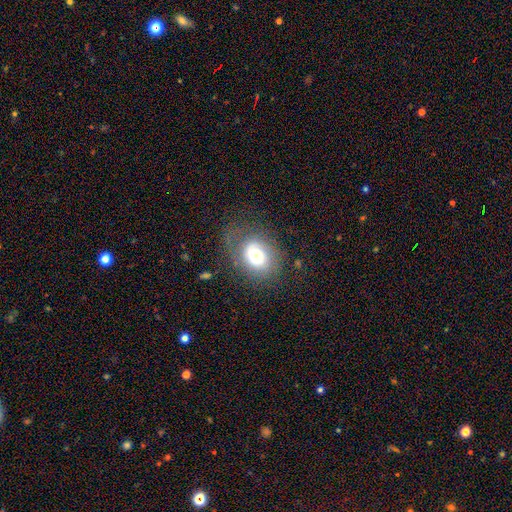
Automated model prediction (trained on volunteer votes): smooth-or-featured: smooth: 57% | featured or disk: 33% | star or artifact: 10%
  how-rounded: in between: 63% | round: 36% | cigar-shaped: 1%
  merging: none: 60% | minor disturbance: 21% | major disturbance: 17% | merger: 2%